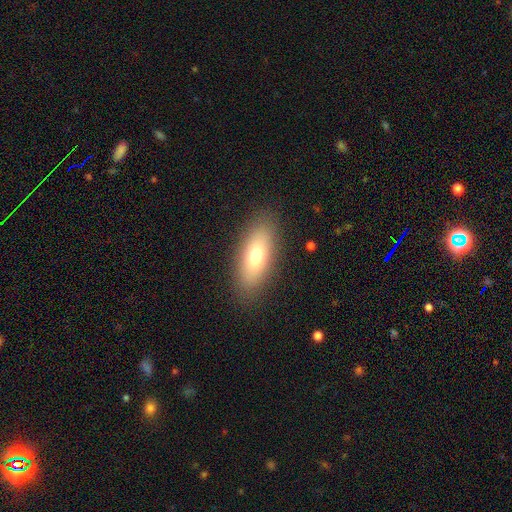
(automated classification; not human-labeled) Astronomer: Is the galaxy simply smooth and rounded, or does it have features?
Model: smooth — 72%.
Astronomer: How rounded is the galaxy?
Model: in between — 74%.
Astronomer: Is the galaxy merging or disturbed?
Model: none — 87%.